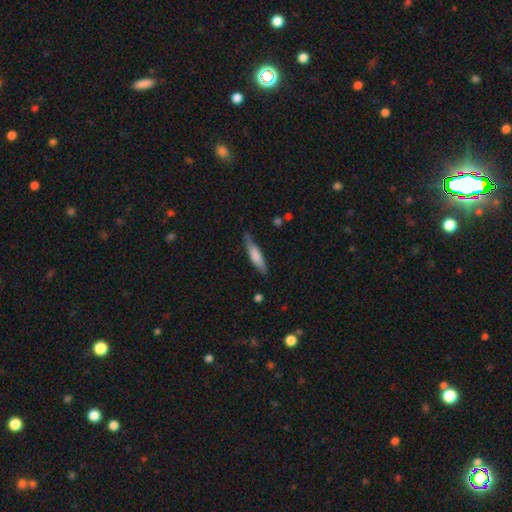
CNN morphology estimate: smooth-or-featured: smooth: 68% | featured or disk: 27% | star or artifact: 5%
  how-rounded: cigar-shaped: 84% | in between: 15% | round: 1%
  merging: none: 79% | minor disturbance: 16% | major disturbance: 3% | merger: 2%